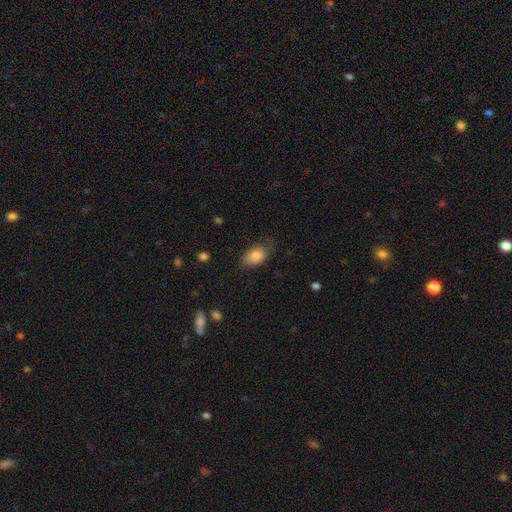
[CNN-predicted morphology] The model was most divided on "merging": none: 65%, minor disturbance: 25%, major disturbance: 8%, merger: 1%. More confident: how rounded — in between (88%); smooth or featured — smooth (83%).